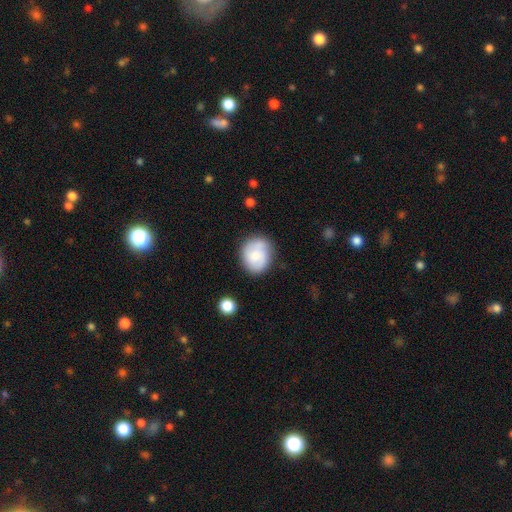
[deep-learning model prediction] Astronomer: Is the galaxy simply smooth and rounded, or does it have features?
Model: smooth — 61%.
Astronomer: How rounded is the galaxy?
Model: round — 69%.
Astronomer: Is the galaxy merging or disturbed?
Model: none — 69%.